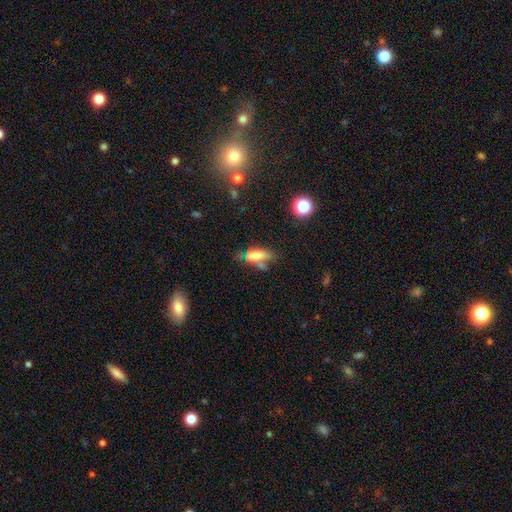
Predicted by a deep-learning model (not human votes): Morphology: type=smooth (70%); roundness=in between (65%); merging=none (42%).